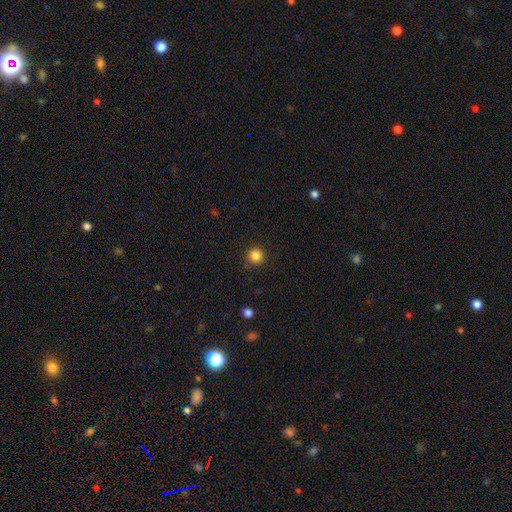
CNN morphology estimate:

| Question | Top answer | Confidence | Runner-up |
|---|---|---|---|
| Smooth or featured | smooth | 84% | star or artifact (12%) |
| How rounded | round | 95% | in between (4%) |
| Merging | none | 90% | minor disturbance (7%) |